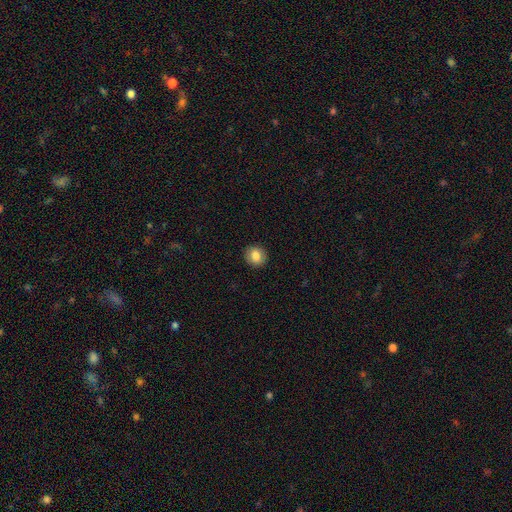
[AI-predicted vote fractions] Overall: smooth (83%). How rounded: round (83%). Merging: none (91%).